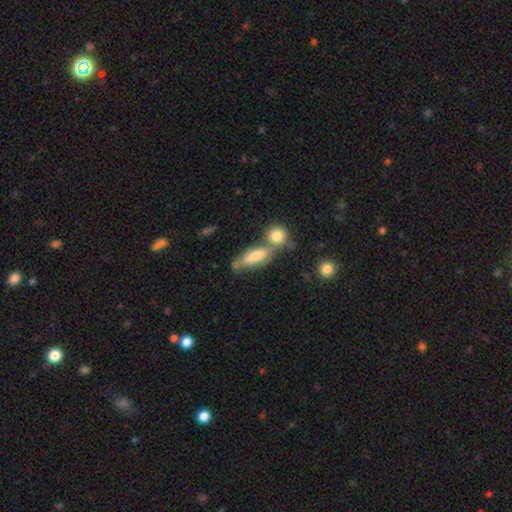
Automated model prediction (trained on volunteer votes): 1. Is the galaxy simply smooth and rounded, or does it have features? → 58% smooth, 33% featured or disk, 9% star or artifact.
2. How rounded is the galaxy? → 55% in between, 39% cigar-shaped, 6% round.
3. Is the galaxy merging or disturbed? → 44% none, 34% merger, 15% minor disturbance, 7% major disturbance.